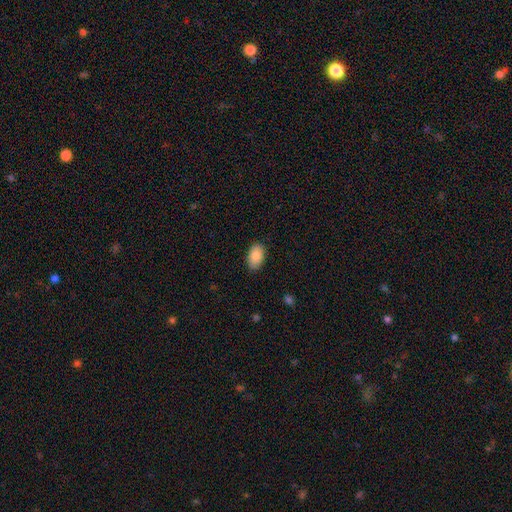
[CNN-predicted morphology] Smooth or featured? Predicted: smooth (p=0.88). How rounded? Predicted: in between (p=0.93). Merging? Predicted: none (p=0.87).